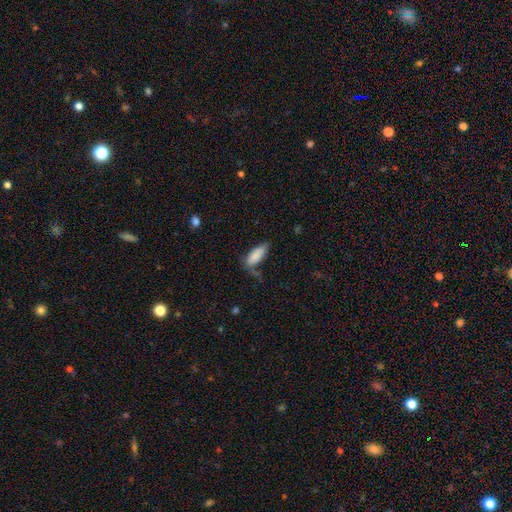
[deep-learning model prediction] This is clearly a smooth galaxy (85%). How rounded: likely in between (77%). Merging: possibly none (54%).